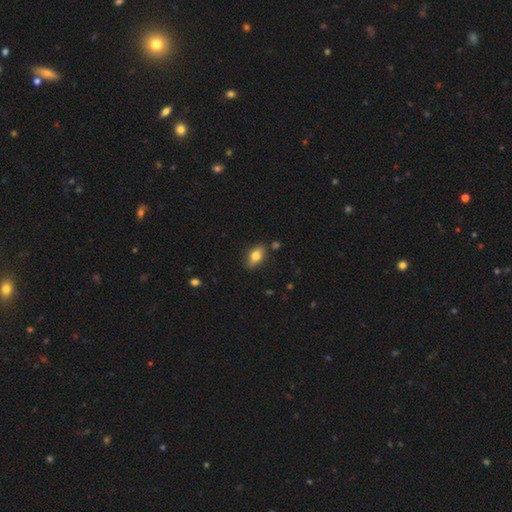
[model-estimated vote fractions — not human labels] Smooth or featured?
  - smooth: 73% *
  - featured or disk: 20%
  - star or artifact: 8%
How rounded?
  - in between: 84% *
  - cigar-shaped: 8%
  - round: 7%
Merging?
  - none: 81% *
  - minor disturbance: 13%
  - merger: 3%
  - major disturbance: 3%